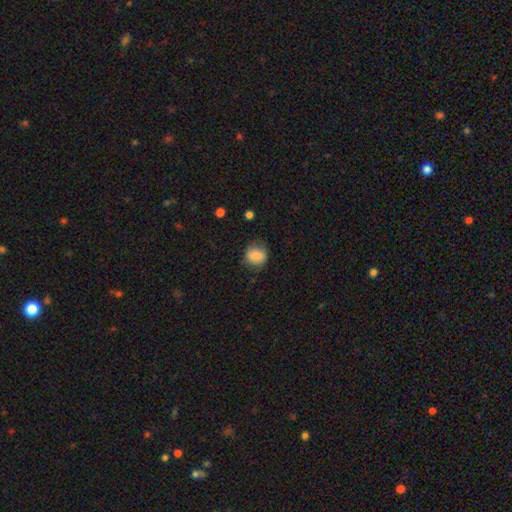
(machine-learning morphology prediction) Overall: smooth (82%). How rounded: round (76%). Merging: none (71%).